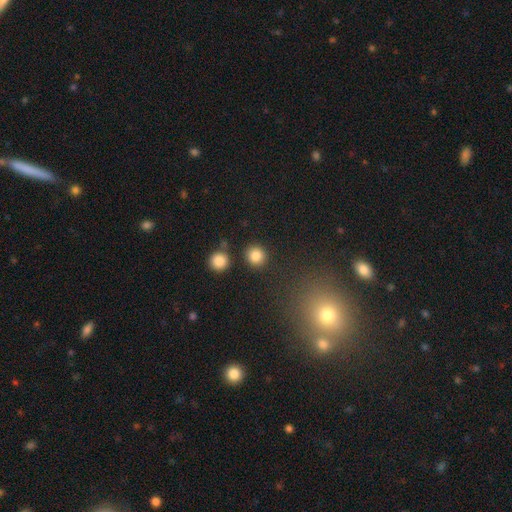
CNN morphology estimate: Smooth or featured? smooth (85%)
How rounded? round (91%)
Merging? none (86%)